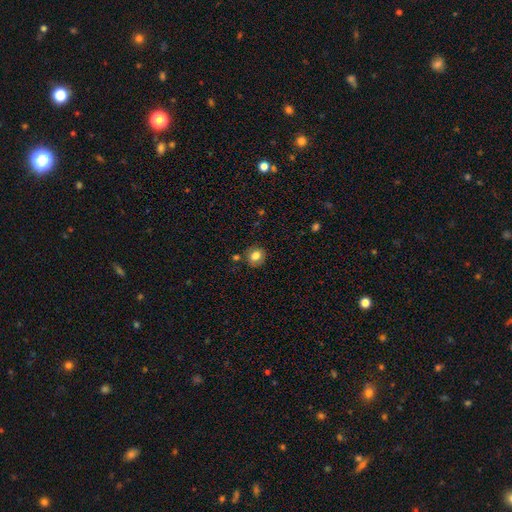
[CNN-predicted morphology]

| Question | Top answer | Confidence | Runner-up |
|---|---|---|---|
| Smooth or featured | smooth | 80% | star or artifact (10%) |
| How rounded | round | 77% | in between (22%) |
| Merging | none | 83% | minor disturbance (10%) |